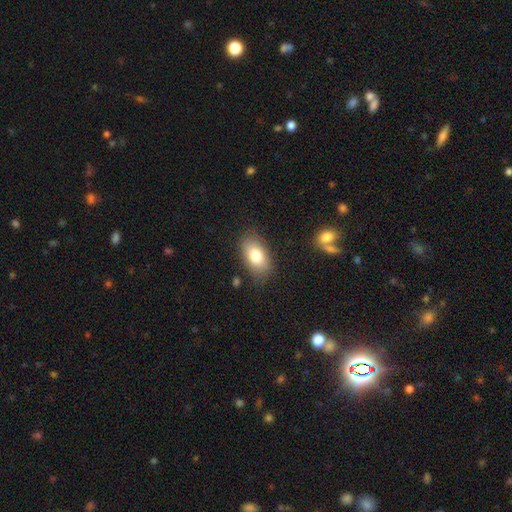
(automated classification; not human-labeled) Q: Smooth or featured?
A: smooth (79%); runner-up: featured or disk (13%)
Q: How rounded?
A: in between (92%); runner-up: round (6%)
Q: Merging?
A: none (82%); runner-up: minor disturbance (12%)